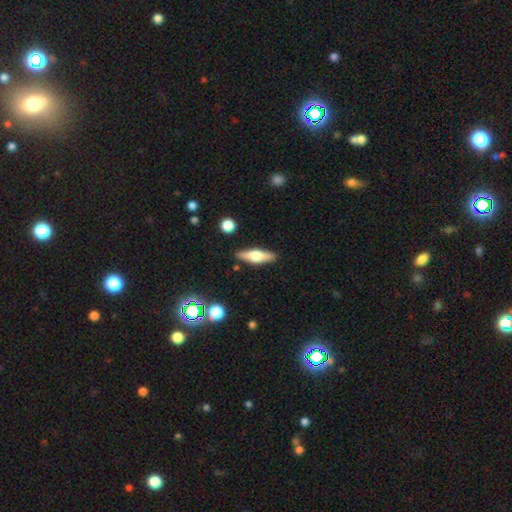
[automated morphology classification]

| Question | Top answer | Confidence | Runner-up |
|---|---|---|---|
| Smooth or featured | featured or disk | 50% | smooth (43%) |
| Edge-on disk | yes | 93% | no (7%) |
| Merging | none | 88% | minor disturbance (9%) |